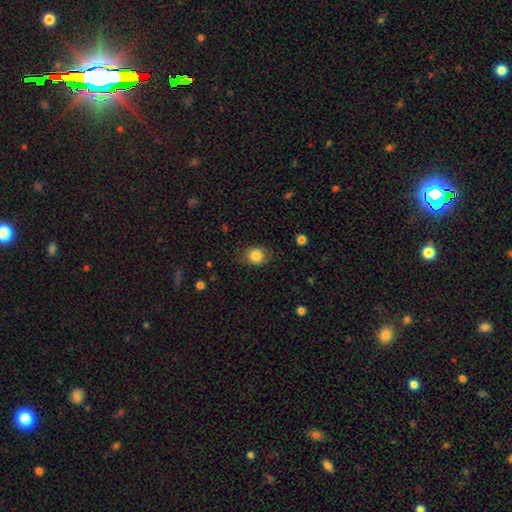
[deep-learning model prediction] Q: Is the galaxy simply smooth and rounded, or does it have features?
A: smooth — 84%.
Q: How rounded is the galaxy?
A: round — 57%.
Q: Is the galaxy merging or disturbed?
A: none — 75%.